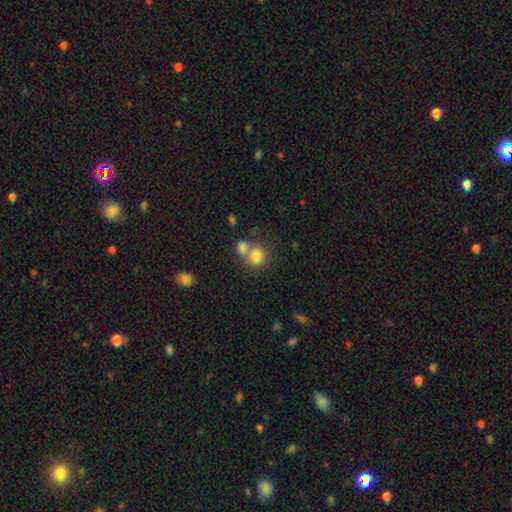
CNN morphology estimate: smooth-or-featured: smooth: 79% | star or artifact: 11% | featured or disk: 10%
  how-rounded: round: 84% | in between: 15% | cigar-shaped: 1%
  merging: merger: 45% | none: 44% | minor disturbance: 7% | major disturbance: 3%